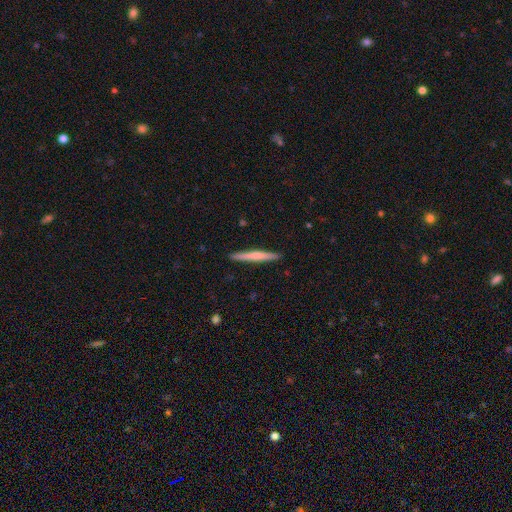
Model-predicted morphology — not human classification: This appears to be a smooth galaxy with no disk features (52%) that is cigar-shaped (96%). Merging: none (92%).